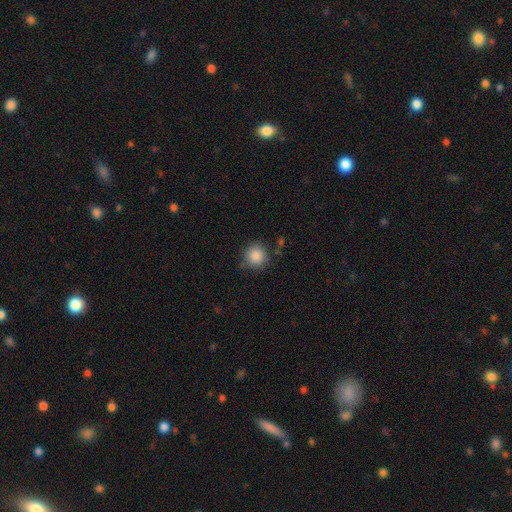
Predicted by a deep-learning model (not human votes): A smooth galaxy with no disk features (87%) that is round (93%). Merging: none (82%).